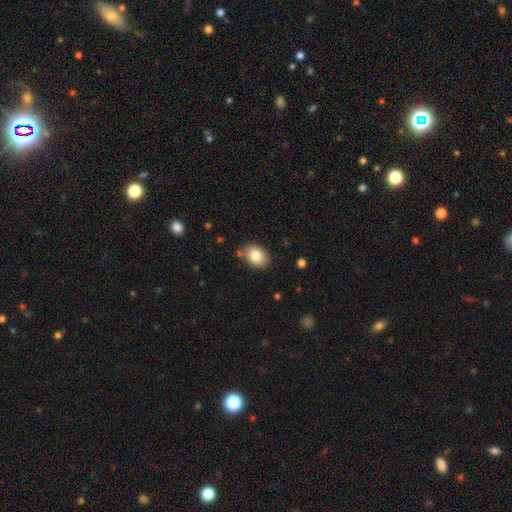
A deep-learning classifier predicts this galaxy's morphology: This is clearly a smooth galaxy (82%). How rounded: likely in between (69%). Merging: likely none (78%).